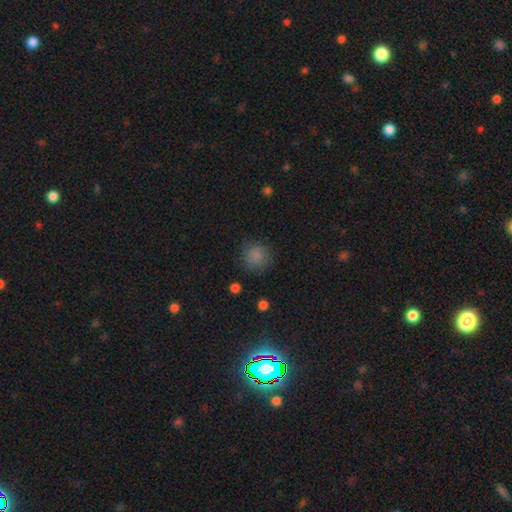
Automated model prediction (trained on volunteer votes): A smooth galaxy with no disk features (83%) that is round (90%).

Vote fractions:
- Smooth or featured? smooth: 83% / star or artifact: 11% / featured or disk: 5%
- How rounded? round: 90% / in between: 9% / cigar-shaped: 1%
- Merging? none: 81% / minor disturbance: 13% / major disturbance: 5% / merger: 1%